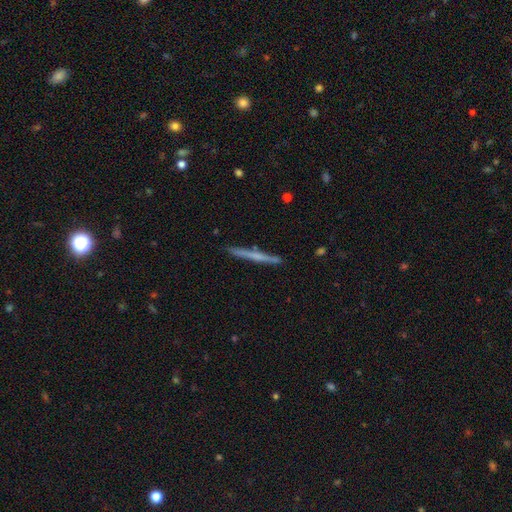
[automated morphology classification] The model was most divided on "smooth or featured": featured or disk: 53%, smooth: 41%, star or artifact: 6%. More confident: edge-on disk — yes (97%); merging — none (90%); edge-on bulge — none (68%).